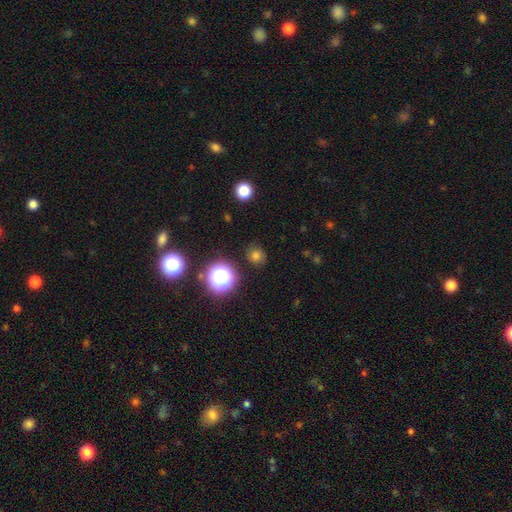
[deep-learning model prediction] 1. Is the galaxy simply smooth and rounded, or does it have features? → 70% smooth, 22% star or artifact, 8% featured or disk.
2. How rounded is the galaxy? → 85% round, 14% in between, 1% cigar-shaped.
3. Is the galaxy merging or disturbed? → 84% none, 11% minor disturbance, 4% major disturbance, 2% merger.